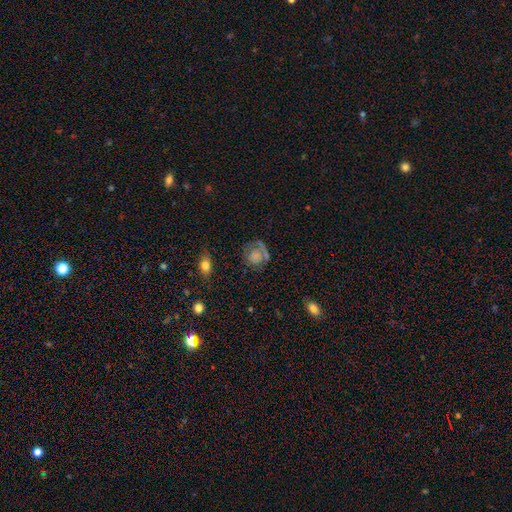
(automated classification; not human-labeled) A smooth galaxy with no disk features (59%) that is round (79%).

Vote fractions:
- Smooth or featured? smooth: 59% / featured or disk: 28% / star or artifact: 14%
- How rounded? round: 79% / in between: 19% / cigar-shaped: 1%
- Merging? none: 59% / minor disturbance: 20% / major disturbance: 17% / merger: 4%